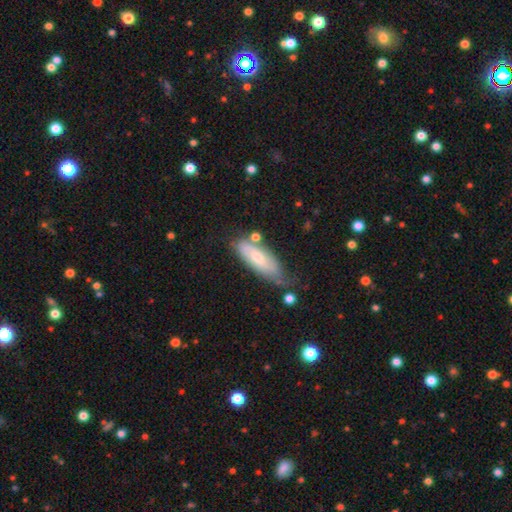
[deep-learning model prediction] Smooth or featured? Predicted: smooth (p=0.57). How rounded? Predicted: in between (p=0.63). Merging? Predicted: none (p=0.54).